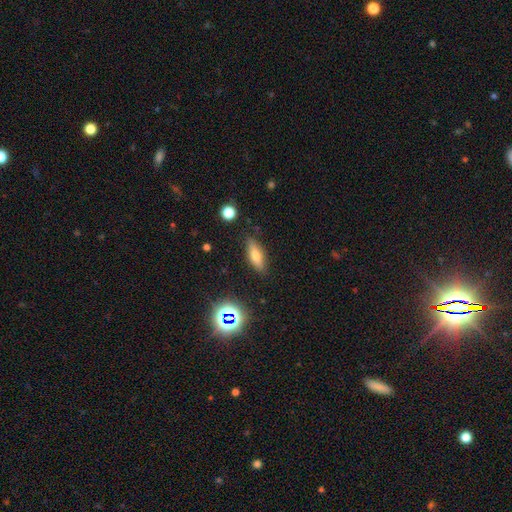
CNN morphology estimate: The model was most divided on "how rounded": in between: 56%, cigar-shaped: 40%, round: 4%. More confident: merging — none (85%); smooth or featured — smooth (62%).